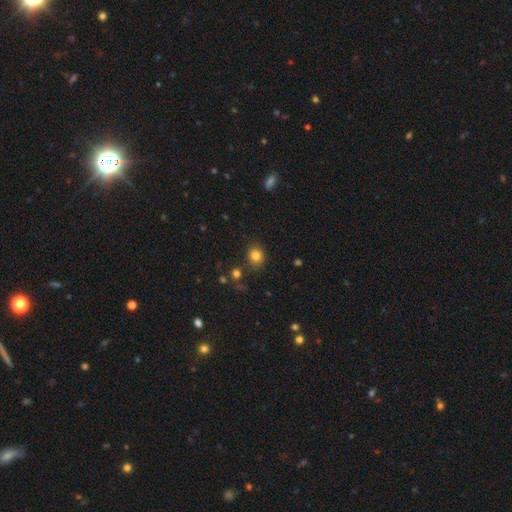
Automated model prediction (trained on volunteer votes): Overall: smooth (82%). How rounded: round (67%; in between 32%). Merging: none (82%).